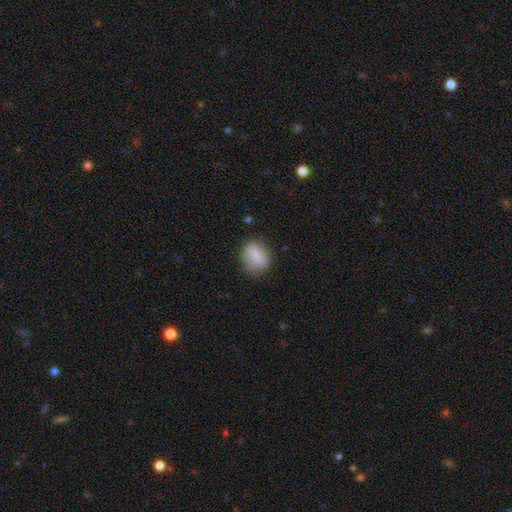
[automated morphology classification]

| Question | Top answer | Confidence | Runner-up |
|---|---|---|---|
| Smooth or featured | smooth | 69% | featured or disk (23%) |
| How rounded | in between | 49% | tied: round (49%) |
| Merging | none | 70% | minor disturbance (22%) |